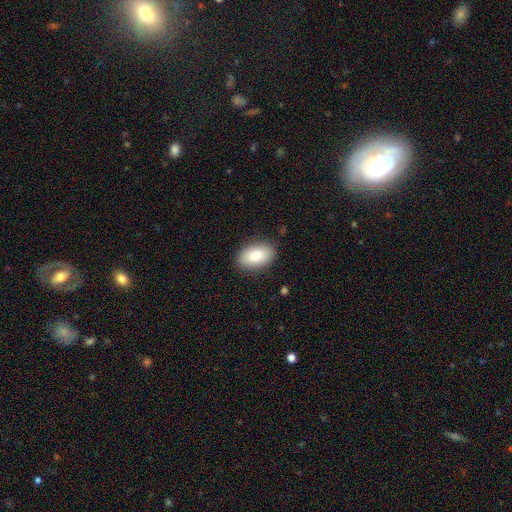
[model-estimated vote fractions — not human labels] This is clearly a smooth galaxy (86%). How rounded: clearly in between (93%). Merging: clearly none (87%).